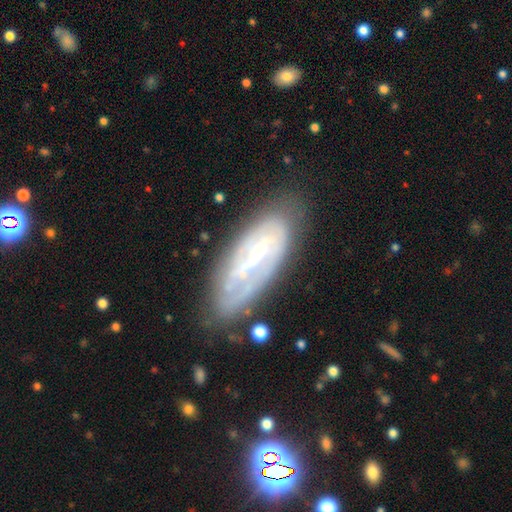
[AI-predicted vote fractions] featured or disk 73%, smooth 20%, star or artifact 7%. Down the decision tree: edge-on disk — no (87%); bar — weak (38%); spiral arms — yes (76%); bulge size — small (66%); merging — none (70%).